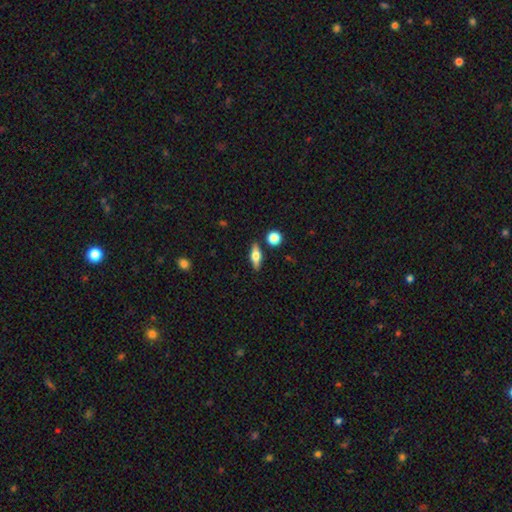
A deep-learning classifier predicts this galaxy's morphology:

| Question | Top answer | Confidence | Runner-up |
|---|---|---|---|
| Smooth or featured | featured or disk | 48% | smooth (44%) |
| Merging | none | 85% | minor disturbance (8%) |